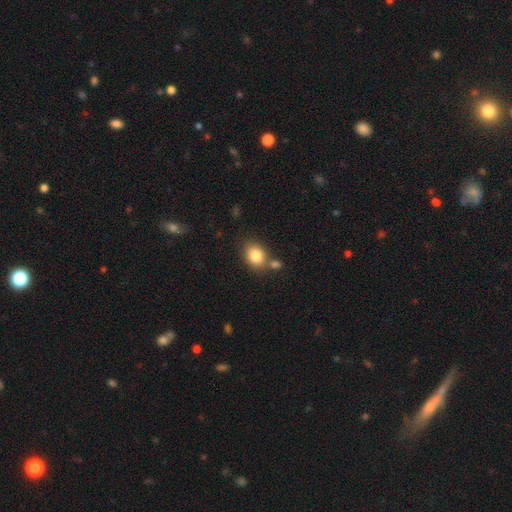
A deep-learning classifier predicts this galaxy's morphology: Smooth or featured? smooth (82%)
How rounded? in between (53%)
Merging? none (65%)